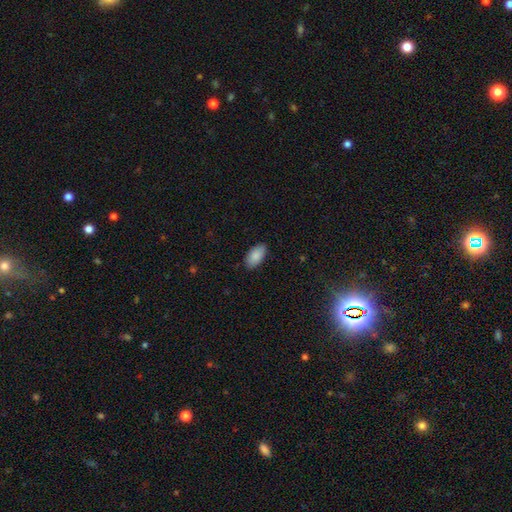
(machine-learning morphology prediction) A smooth galaxy with no disk features (88%) that is in between round and cigar-shaped (94%).

Vote fractions:
- Smooth or featured? smooth: 88% / star or artifact: 7% / featured or disk: 6%
- How rounded? in between: 94% / cigar-shaped: 3% / round: 3%
- Merging? none: 84% / minor disturbance: 12% / major disturbance: 2% / merger: 1%